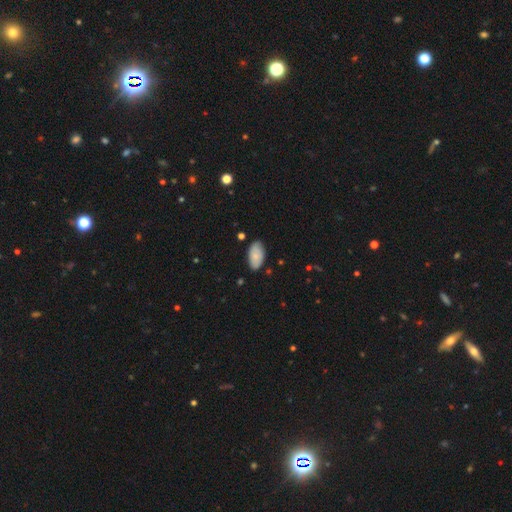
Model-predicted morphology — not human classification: A smooth galaxy with no disk features (82%) that is in between round and cigar-shaped (95%). Merging: none (82%).